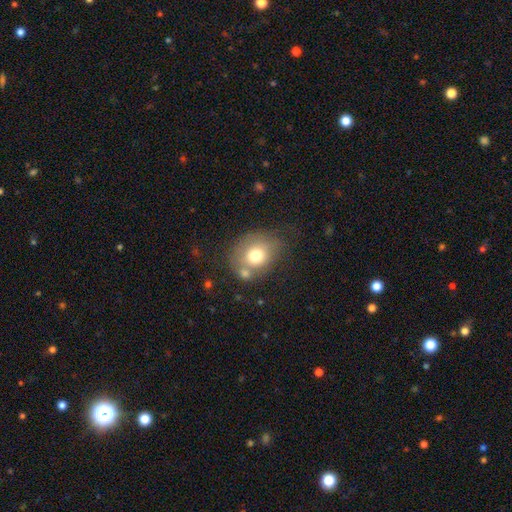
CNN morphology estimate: This appears to be a smooth galaxy with no disk features (72%) that is round (61%). Merging: none (52%).